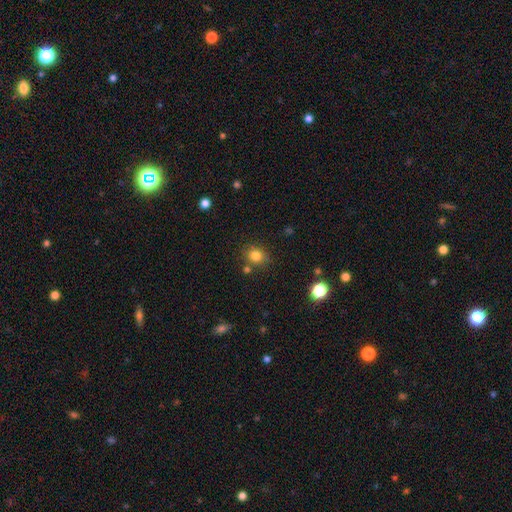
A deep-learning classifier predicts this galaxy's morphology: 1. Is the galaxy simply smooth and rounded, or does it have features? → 81% smooth, 12% star or artifact, 6% featured or disk.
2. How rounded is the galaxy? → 75% round, 24% in between, 1% cigar-shaped.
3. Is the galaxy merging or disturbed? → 77% none, 12% minor disturbance, 8% merger, 3% major disturbance.